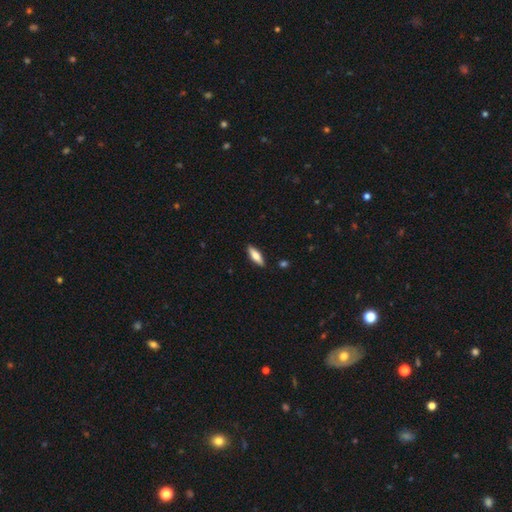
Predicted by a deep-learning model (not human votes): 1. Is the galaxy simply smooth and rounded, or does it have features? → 70% smooth, 24% featured or disk, 6% star or artifact.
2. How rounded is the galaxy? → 50% in between, 48% cigar-shaped, 2% round.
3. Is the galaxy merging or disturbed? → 88% none, 9% minor disturbance, 2% major disturbance, 1% merger.